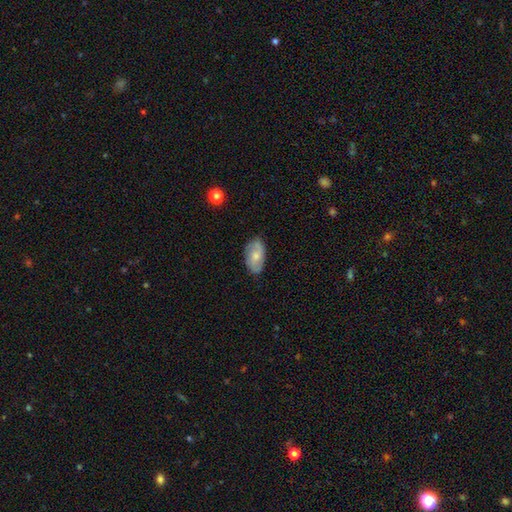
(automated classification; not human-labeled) Smooth or featured? smooth (49%)
Merging? none (78%)